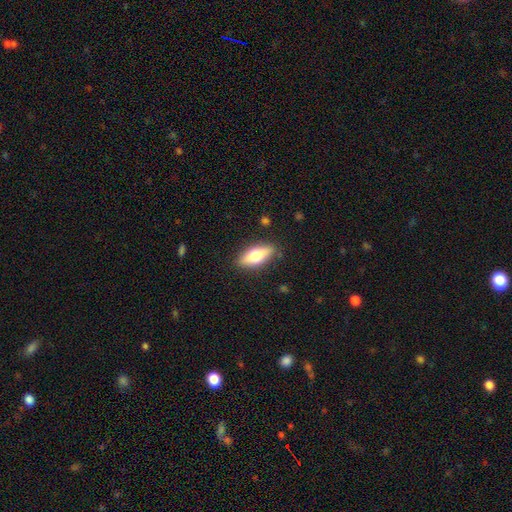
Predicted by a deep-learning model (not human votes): Smooth or featured: smooth — 65% (featured or disk — 29%)
How rounded: in between — 73% (cigar-shaped — 24%)
Merging: none — 85% (minor disturbance — 11%)